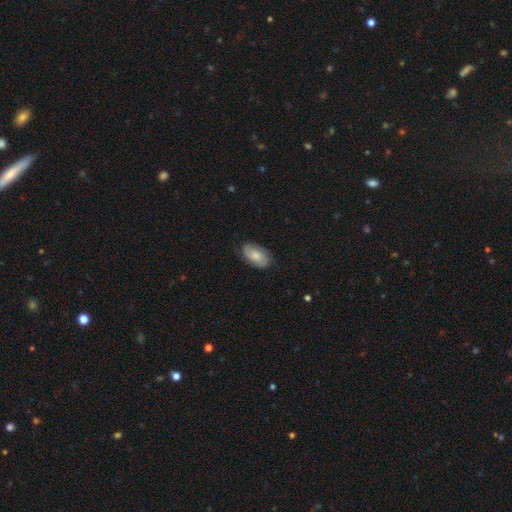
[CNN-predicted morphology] smooth_or_featured: smooth (p=0.49) [alt: featured or disk p=0.44]
merging: none (p=0.80) [alt: minor disturbance p=0.15]